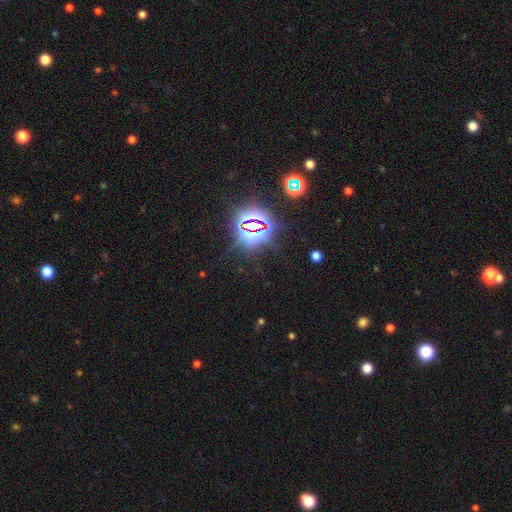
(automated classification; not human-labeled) Overall: star or artifact (83%).